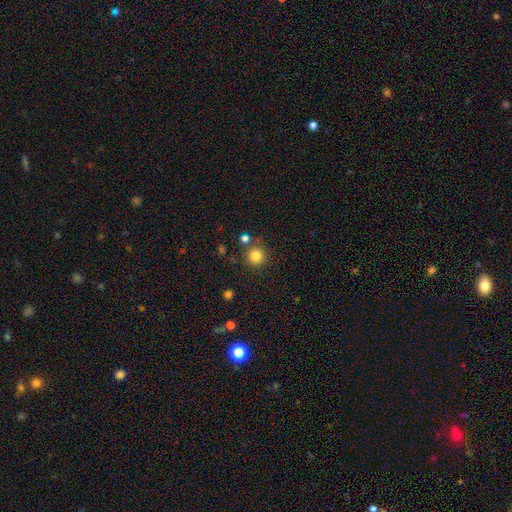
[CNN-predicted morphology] This appears to be a smooth galaxy with no disk features (83%) that is round (94%). Merging: none (81%).